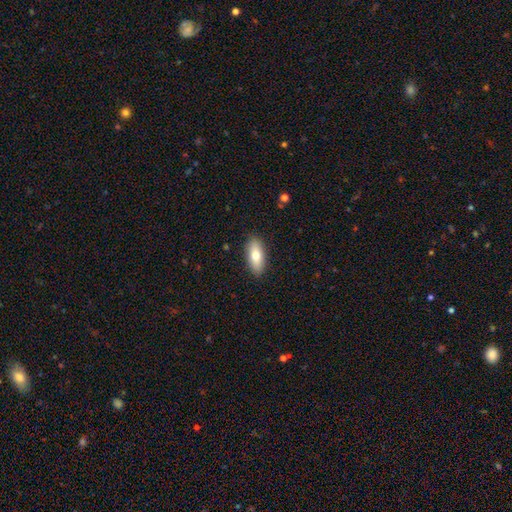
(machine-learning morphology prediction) This is likely a smooth galaxy (74%). How rounded: clearly in between (82%). Merging: clearly none (89%).